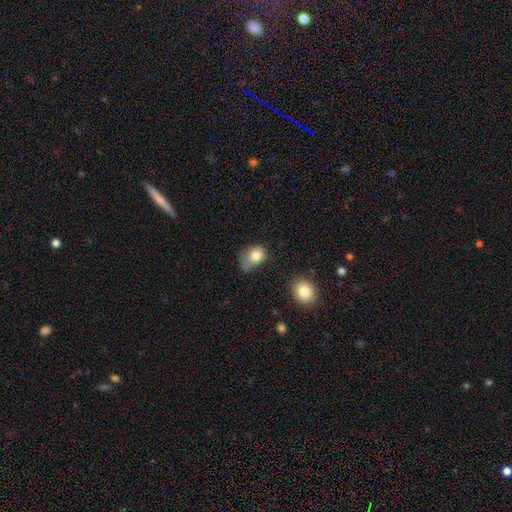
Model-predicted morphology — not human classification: This is likely a smooth galaxy (80%). How rounded: possibly in between (56%). Merging: marginally minor disturbance (37%).